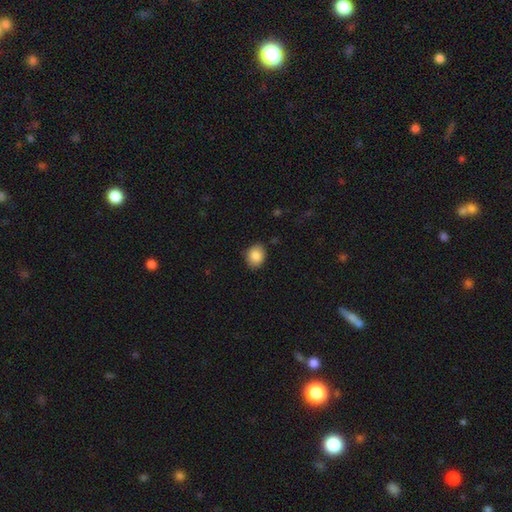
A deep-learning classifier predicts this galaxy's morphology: This is clearly a smooth galaxy (86%). How rounded: possibly round (51%). Merging: clearly none (86%).